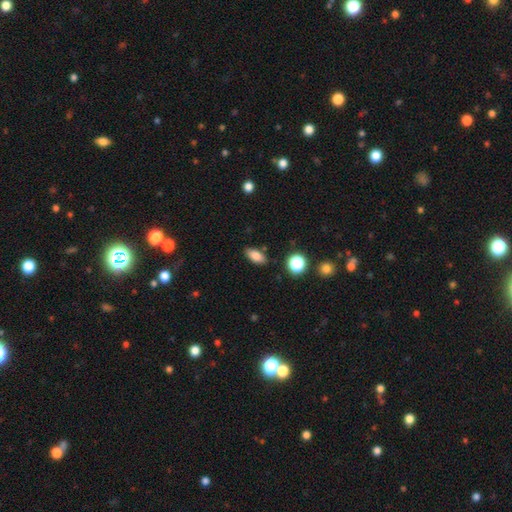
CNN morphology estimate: This is clearly a smooth galaxy (81%). How rounded: clearly in between (86%). Merging: clearly none (85%).